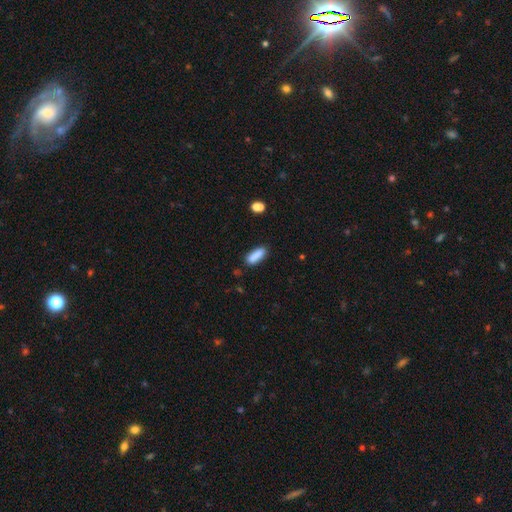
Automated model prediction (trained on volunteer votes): Smooth or featured: smooth — 87% (star or artifact — 7%)
How rounded: in between — 62% (cigar-shaped — 36%)
Merging: none — 82% (minor disturbance — 13%)